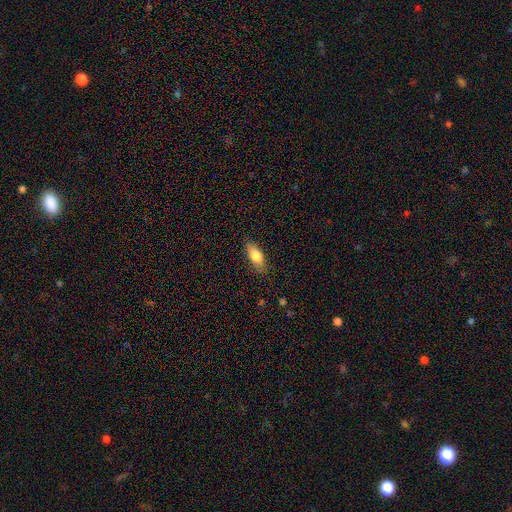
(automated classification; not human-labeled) The model was most divided on "how rounded": in between: 79%, cigar-shaped: 18%, round: 3%. More confident: merging — none (83%); smooth or featured — smooth (80%).